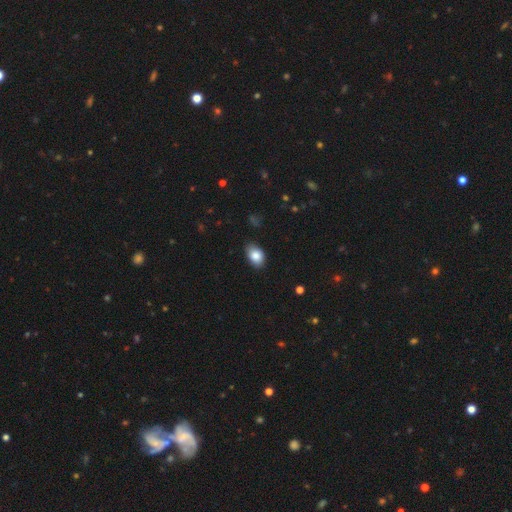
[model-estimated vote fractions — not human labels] smooth-or-featured: smooth: 86% | star or artifact: 8% | featured or disk: 6%
  how-rounded: in between: 83% | round: 16% | cigar-shaped: 1%
  merging: none: 82% | minor disturbance: 15% | major disturbance: 2% | merger: 1%